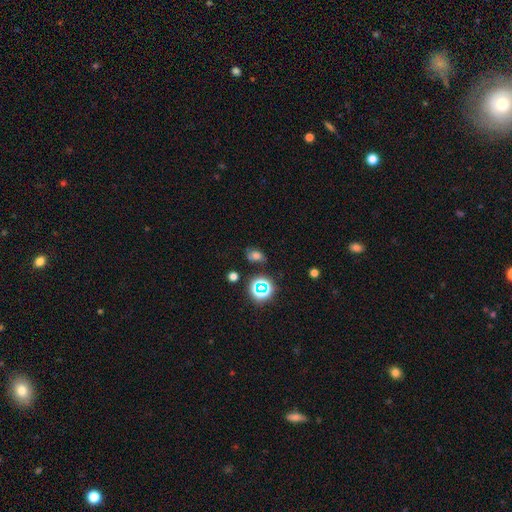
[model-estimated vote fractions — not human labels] smooth-or-featured: smooth: 58% | star or artifact: 28% | featured or disk: 14%
  how-rounded: in between: 67% | round: 31% | cigar-shaped: 2%
  merging: none: 66% | minor disturbance: 21% | major disturbance: 8% | merger: 5%